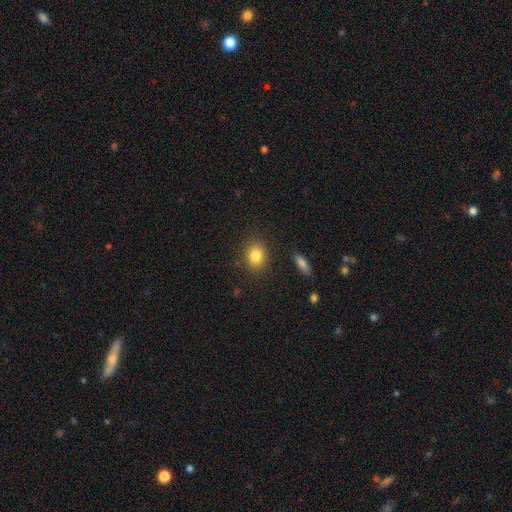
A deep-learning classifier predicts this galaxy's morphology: Smooth or featured: smooth — 82% (star or artifact — 10%)
How rounded: round — 55% (in between — 43%)
Merging: none — 85% (minor disturbance — 9%)